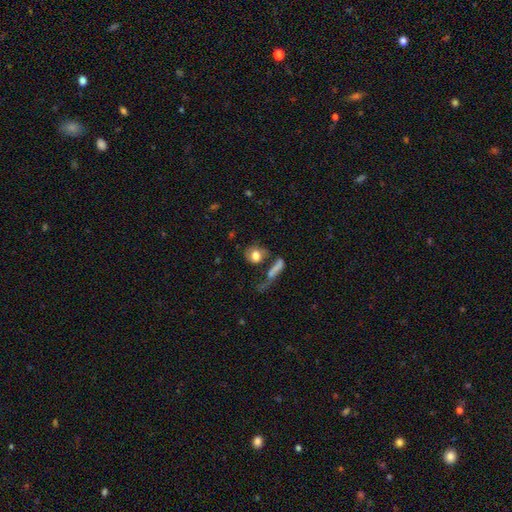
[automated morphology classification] This is likely a smooth galaxy (72%). How rounded: possibly round (59%). Merging: marginally none (44%).